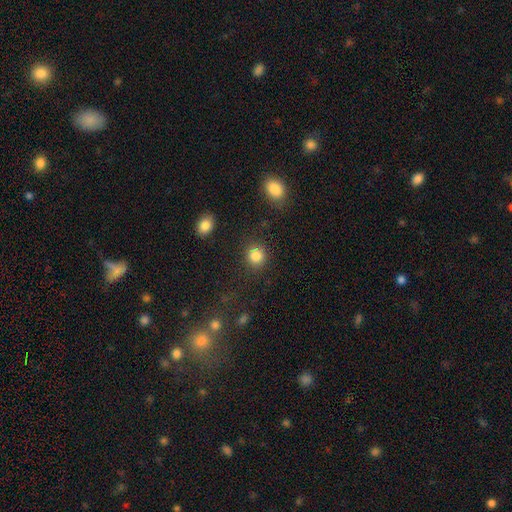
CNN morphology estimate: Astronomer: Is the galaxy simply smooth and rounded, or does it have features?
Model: smooth — 85%.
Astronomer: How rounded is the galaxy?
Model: round — 86%.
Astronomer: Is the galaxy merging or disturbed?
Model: none — 87%.